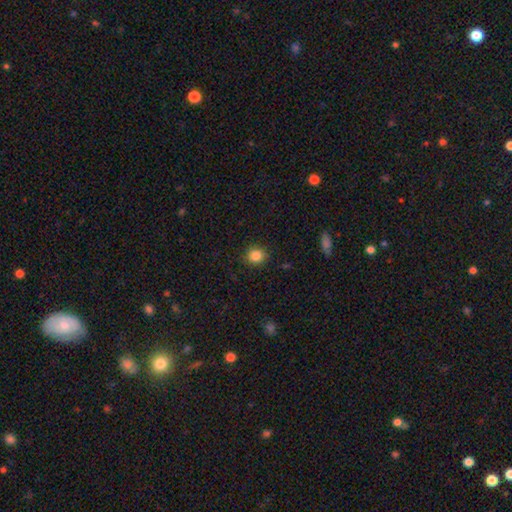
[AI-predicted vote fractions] smooth-or-featured: smooth: 85% | star or artifact: 10% | featured or disk: 4%
  how-rounded: round: 83% | in between: 16% | cigar-shaped: 1%
  merging: none: 89% | minor disturbance: 8% | major disturbance: 2% | merger: 1%